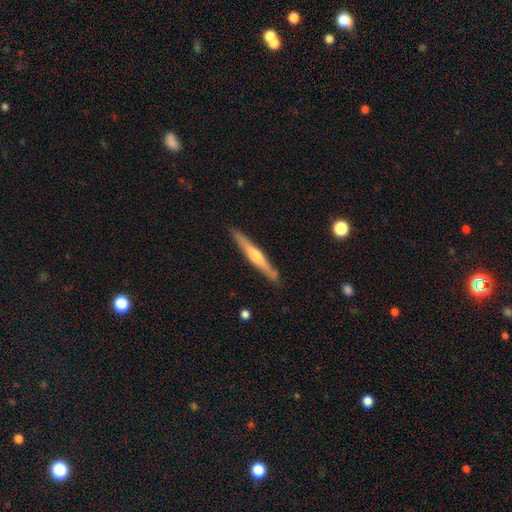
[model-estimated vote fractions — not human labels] Smooth or featured? Predicted: featured or disk (p=0.65). Edge-on disk? Predicted: yes (p=0.97). Edge-on bulge? Predicted: rounded (p=0.79). Merging? Predicted: none (p=0.89).